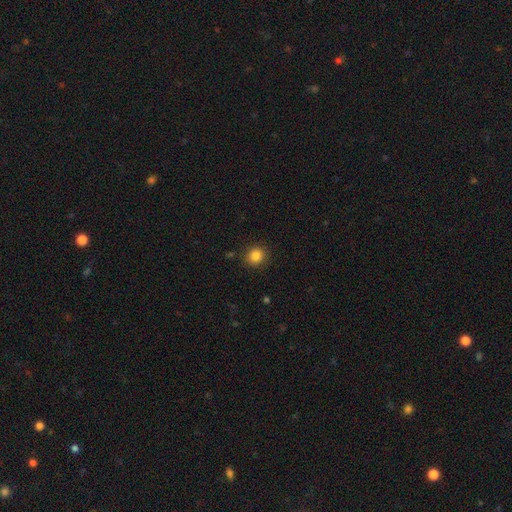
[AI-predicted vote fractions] This is clearly a smooth galaxy (85%). How rounded: clearly round (89%). Merging: clearly none (89%).